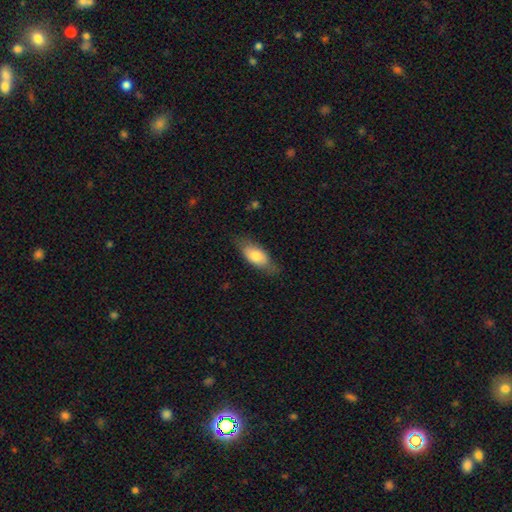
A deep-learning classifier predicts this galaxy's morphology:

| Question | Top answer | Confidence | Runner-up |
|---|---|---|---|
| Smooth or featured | smooth | 75% | featured or disk (19%) |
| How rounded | in between | 85% | cigar-shaped (12%) |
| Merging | none | 70% | minor disturbance (22%) |